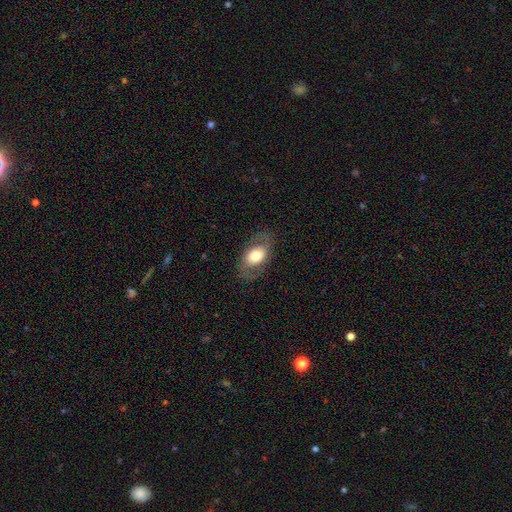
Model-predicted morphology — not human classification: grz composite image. It shows a smooth galaxy with no disk features (52%) that is in between round and cigar-shaped (84%). Merging: none (77%).